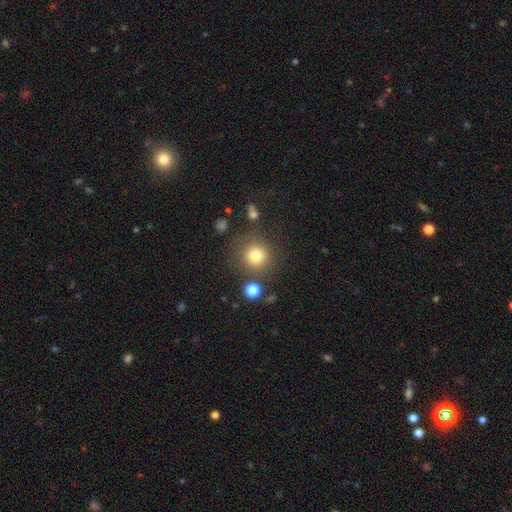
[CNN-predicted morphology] Smooth or featured? smooth (78%)
How rounded? round (93%)
Merging? none (80%)